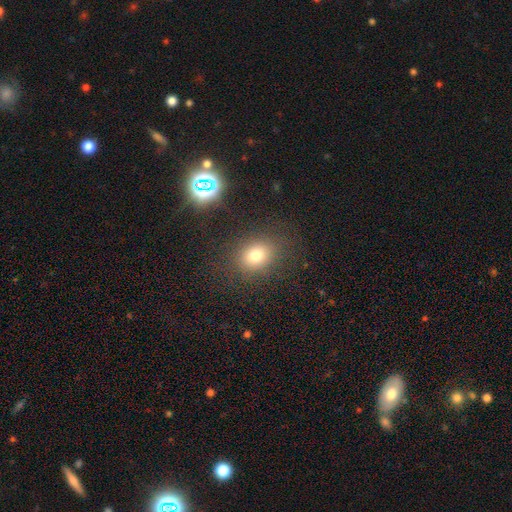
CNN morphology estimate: Overall: smooth (75%). How rounded: round (55%; in between 44%). Merging: none (82%).